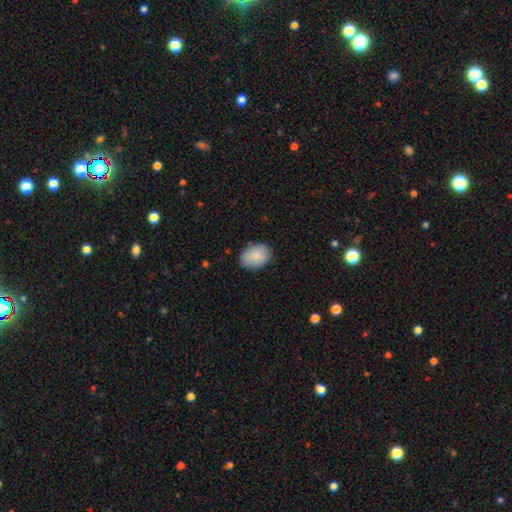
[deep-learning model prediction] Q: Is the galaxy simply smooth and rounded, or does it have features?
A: smooth — 87%.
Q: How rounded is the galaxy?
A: in between — 79%.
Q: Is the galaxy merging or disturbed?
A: none — 83%.